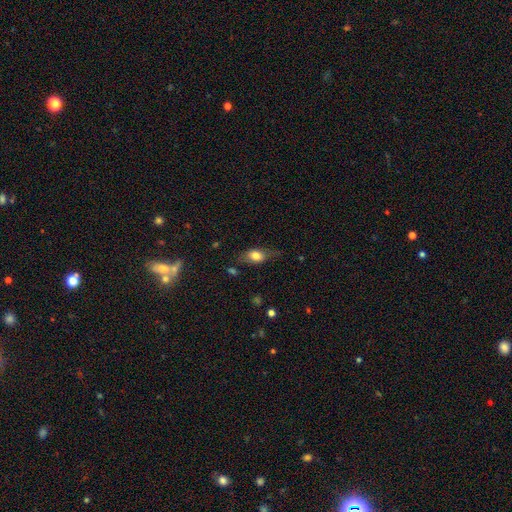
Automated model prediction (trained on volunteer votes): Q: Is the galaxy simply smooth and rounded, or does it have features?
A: smooth — 70%.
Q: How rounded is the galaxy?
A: in between — 79%.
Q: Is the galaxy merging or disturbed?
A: none — 61%.